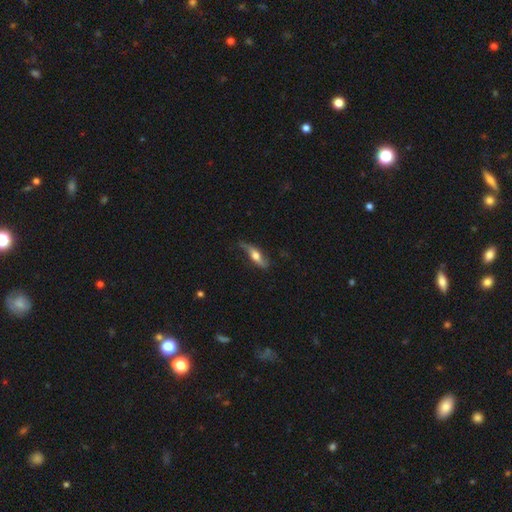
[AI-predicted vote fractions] The model was most divided on "smooth or featured": featured or disk: 54%, smooth: 40%, star or artifact: 6%. More confident: edge-on disk — yes (64%); merging — none (60%).